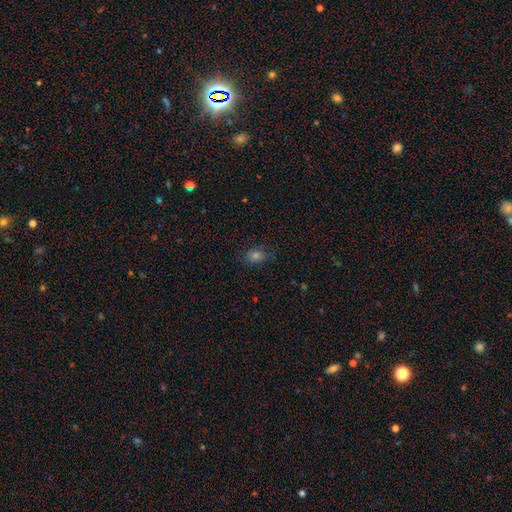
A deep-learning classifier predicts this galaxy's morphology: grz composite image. It shows a smooth galaxy with no disk features (62%) that is in between round and cigar-shaped (55%). Merging: none (79%).